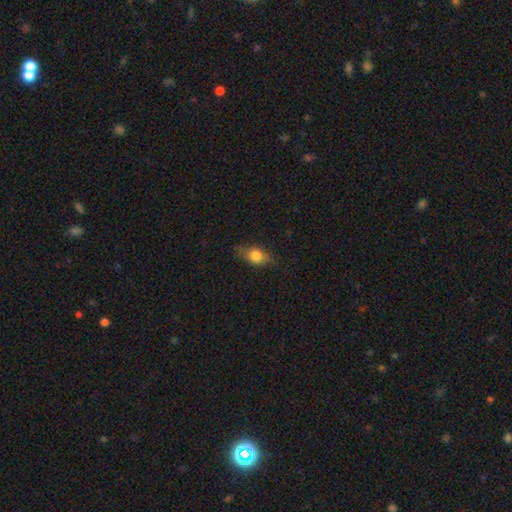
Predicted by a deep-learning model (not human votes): Morphology: type=smooth (77%); roundness=in between (64%); merging=none (71%).